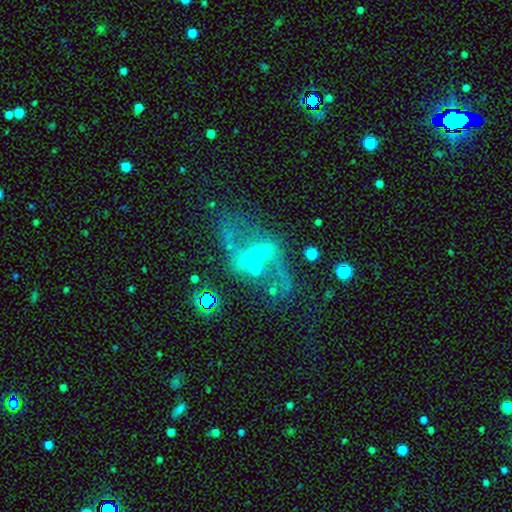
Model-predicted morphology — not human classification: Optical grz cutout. It shows a featured or disk galaxy (77%) with a strong bar (57%), spiral arms (66%) and a moderate central bulge (47%). Merging: none (47%).